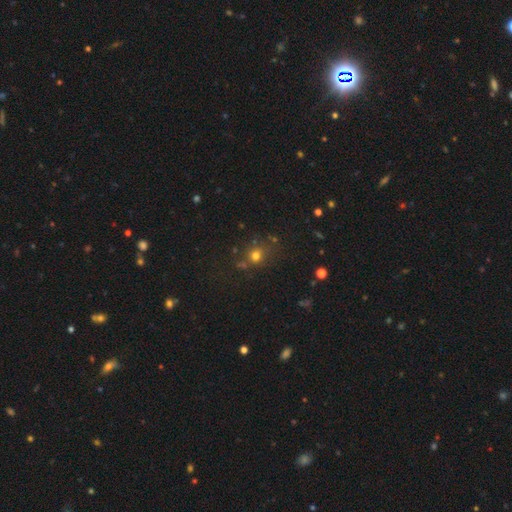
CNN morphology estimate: smooth-or-featured: smooth: 69% | star or artifact: 22% | featured or disk: 9%
  how-rounded: round: 80% | in between: 18% | cigar-shaped: 1%
  merging: none: 71% | minor disturbance: 14% | merger: 9% | major disturbance: 6%